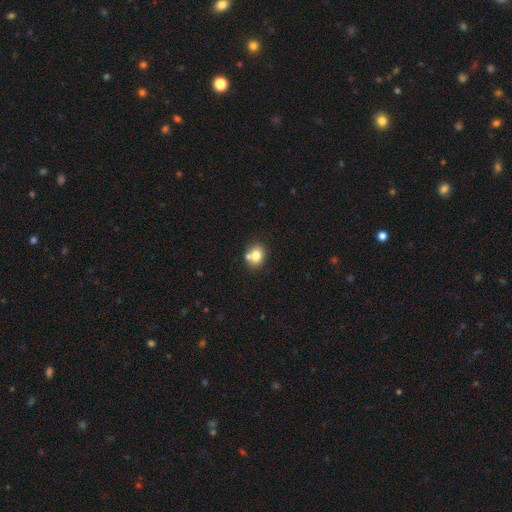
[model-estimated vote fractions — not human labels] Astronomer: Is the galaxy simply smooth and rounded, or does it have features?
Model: smooth — 77%.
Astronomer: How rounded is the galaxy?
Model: round — 64%.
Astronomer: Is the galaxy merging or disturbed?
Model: none — 61%.